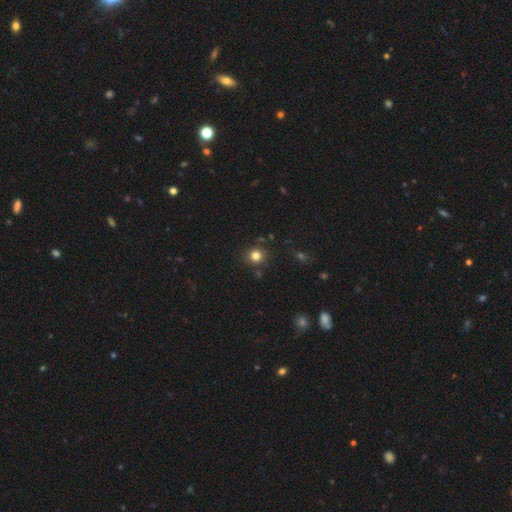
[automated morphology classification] Smooth or featured?
  - smooth: 80% *
  - star or artifact: 15%
  - featured or disk: 6%
How rounded?
  - round: 91% *
  - in between: 8%
  - cigar-shaped: 1%
Merging?
  - none: 87% *
  - minor disturbance: 8%
  - merger: 3%
  - major disturbance: 2%